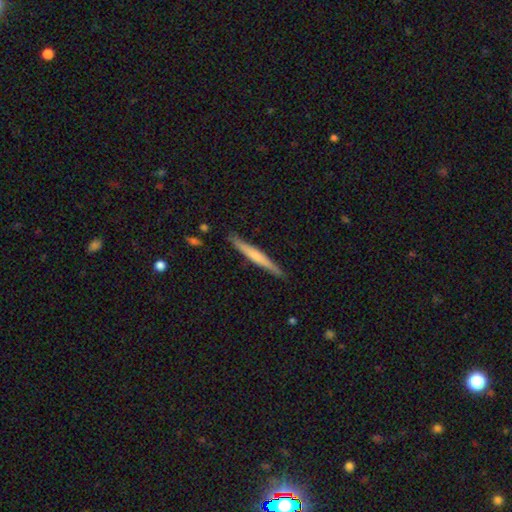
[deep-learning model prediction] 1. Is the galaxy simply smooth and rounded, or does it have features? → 49% featured or disk, 46% smooth, 5% star or artifact.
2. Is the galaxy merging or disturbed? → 90% none, 8% minor disturbance, 1% major disturbance, 1% merger.